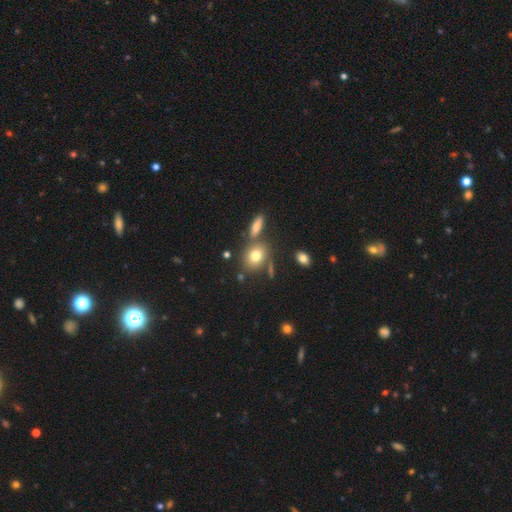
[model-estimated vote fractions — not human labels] smooth-or-featured: smooth: 76% | featured or disk: 13% | star or artifact: 11%
  how-rounded: round: 53% | in between: 45% | cigar-shaped: 2%
  merging: none: 66% | merger: 18% | minor disturbance: 12% | major disturbance: 4%